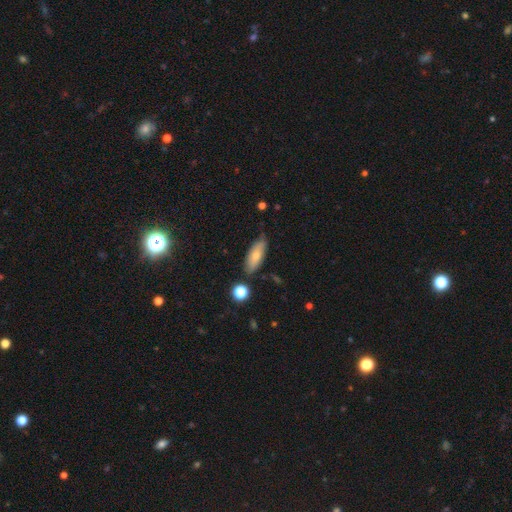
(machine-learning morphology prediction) Smooth or featured?
  - smooth: 72% *
  - featured or disk: 21%
  - star or artifact: 7%
How rounded?
  - in between: 74% *
  - cigar-shaped: 23%
  - round: 3%
Merging?
  - none: 74% *
  - minor disturbance: 19%
  - major disturbance: 3%
  - merger: 3%